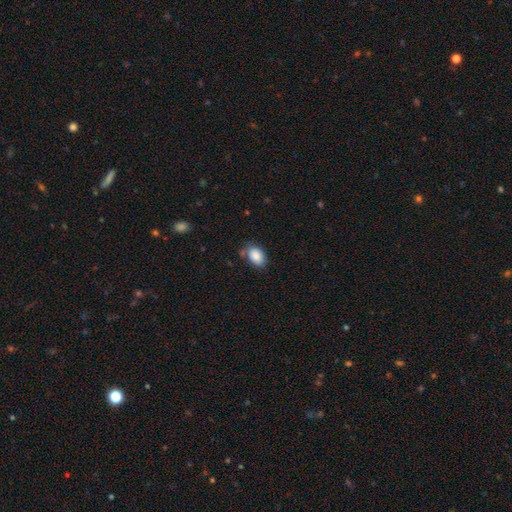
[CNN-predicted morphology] Smooth or featured?
  - smooth: 88% *
  - star or artifact: 7%
  - featured or disk: 5%
How rounded?
  - in between: 87% *
  - round: 12%
  - cigar-shaped: 1%
Merging?
  - none: 71% *
  - minor disturbance: 19%
  - merger: 5%
  - major disturbance: 4%